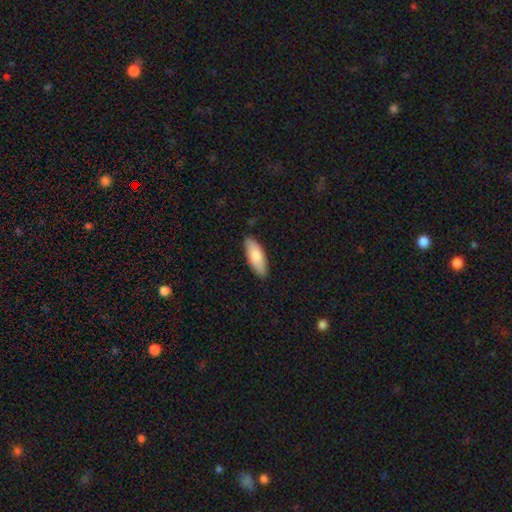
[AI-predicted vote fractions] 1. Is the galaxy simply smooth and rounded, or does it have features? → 83% smooth, 11% featured or disk, 5% star or artifact.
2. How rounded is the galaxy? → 73% in between, 25% cigar-shaped, 2% round.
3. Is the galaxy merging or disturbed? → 86% none, 11% minor disturbance, 2% major disturbance, 1% merger.